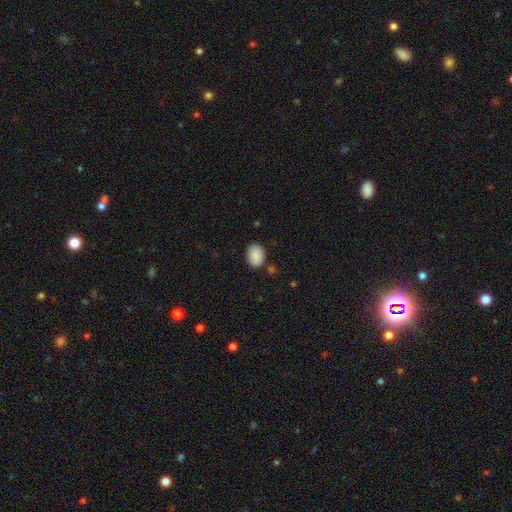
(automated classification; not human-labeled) Smooth or featured?
  - smooth: 89% *
  - star or artifact: 7%
  - featured or disk: 4%
How rounded?
  - in between: 76% *
  - round: 23%
  - cigar-shaped: 1%
Merging?
  - none: 81% *
  - minor disturbance: 13%
  - merger: 3%
  - major disturbance: 3%